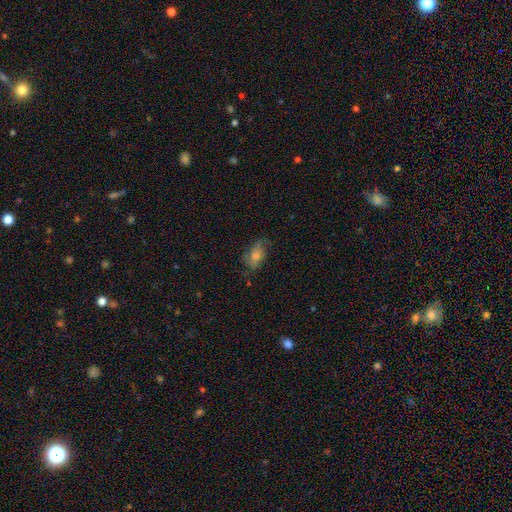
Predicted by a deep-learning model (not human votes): This is likely a smooth galaxy (62%). How rounded: clearly in between (87%). Merging: possibly none (53%).